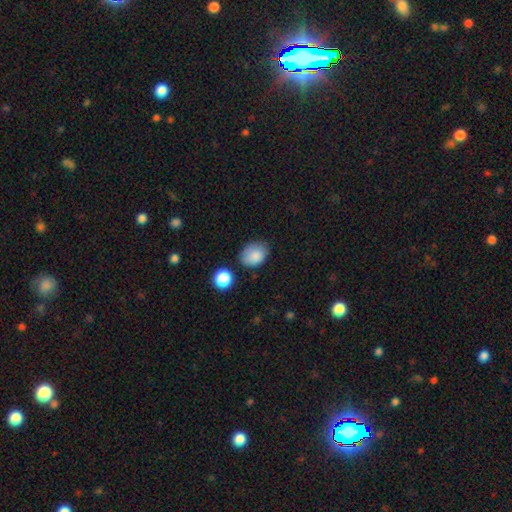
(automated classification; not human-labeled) This is clearly a smooth galaxy (86%). How rounded: likely in between (66%). Merging: likely none (67%).